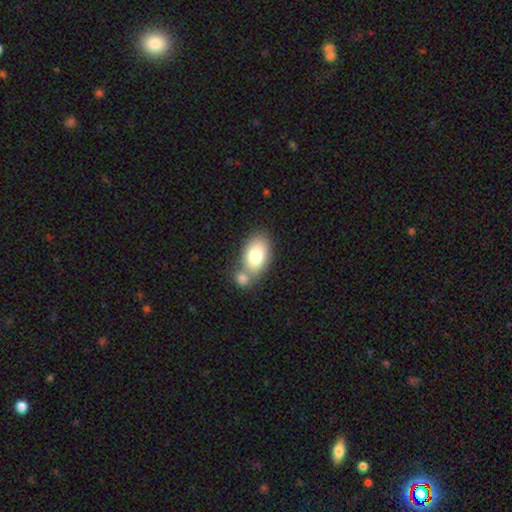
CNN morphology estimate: smooth_or_featured: smooth (p=0.77) [alt: featured or disk p=0.15]
how_rounded: in between (p=0.88) [alt: round p=0.10]
merging: none (p=0.48) [alt: merger p=0.37]